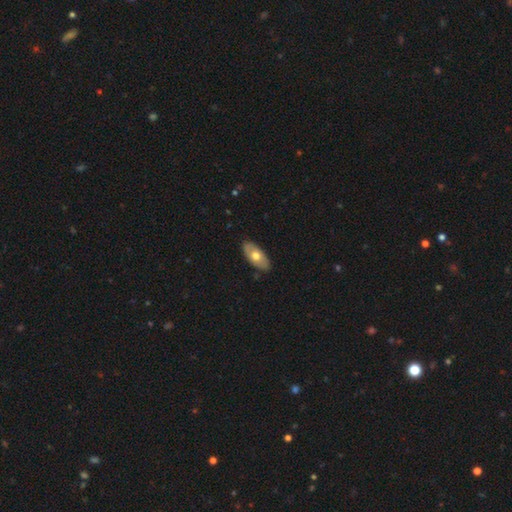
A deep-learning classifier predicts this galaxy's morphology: Overall: smooth (57%; featured or disk 38%). How rounded: in between (91%). Merging: none (86%).